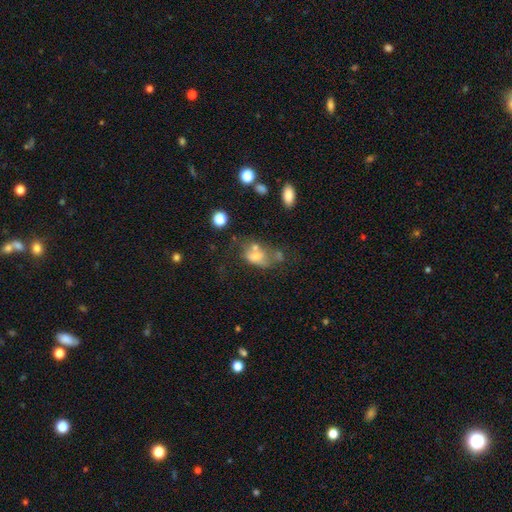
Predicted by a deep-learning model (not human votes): smooth 54%, featured or disk 31%, star or artifact 15%. Down the decision tree: how rounded — in between (77%); merging — merger (36%).